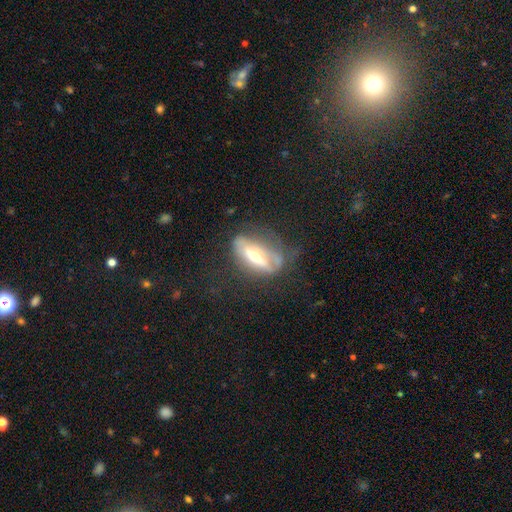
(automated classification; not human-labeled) This appears to be a featured or disk galaxy (60%). Merging: none (50%).